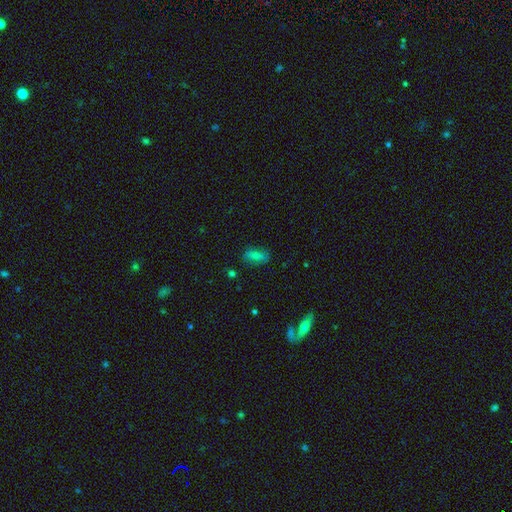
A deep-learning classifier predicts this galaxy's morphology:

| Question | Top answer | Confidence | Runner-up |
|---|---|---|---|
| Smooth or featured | smooth | 77% | featured or disk (12%) |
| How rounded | in between | 82% | cigar-shaped (13%) |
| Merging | none | 78% | minor disturbance (16%) |